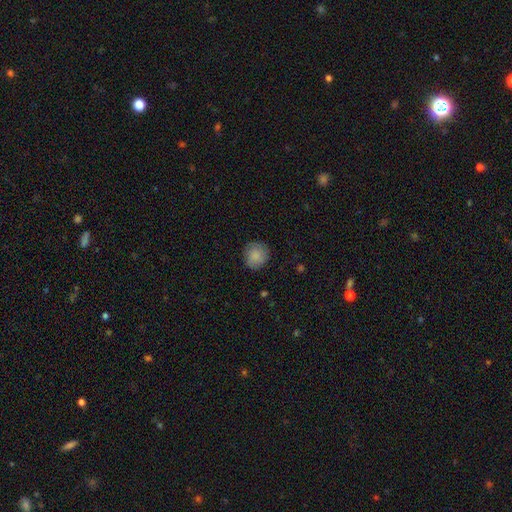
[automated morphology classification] A smooth galaxy with no disk features (82%) that is round (89%). Merging: none (82%).